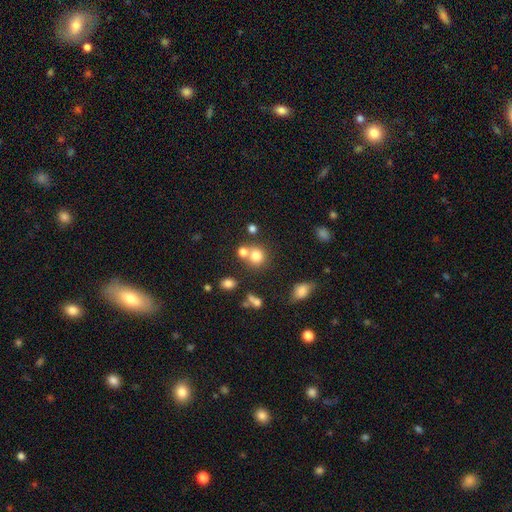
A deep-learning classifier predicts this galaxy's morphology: This is likely a smooth galaxy (76%). How rounded: clearly round (83%). Merging: possibly none (53%).